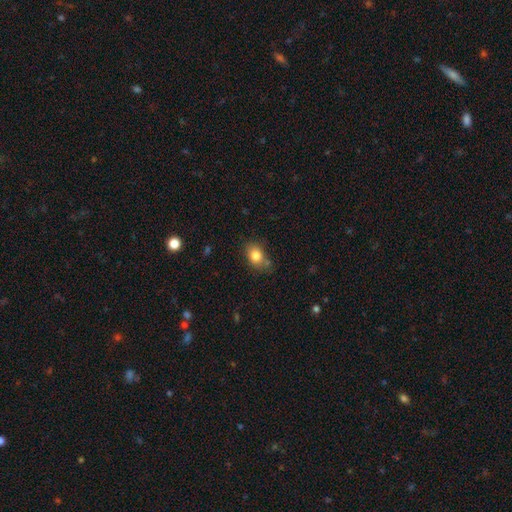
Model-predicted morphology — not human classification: A smooth galaxy with no disk features (82%) that is in between round and cigar-shaped (65%). Merging: none (68%).